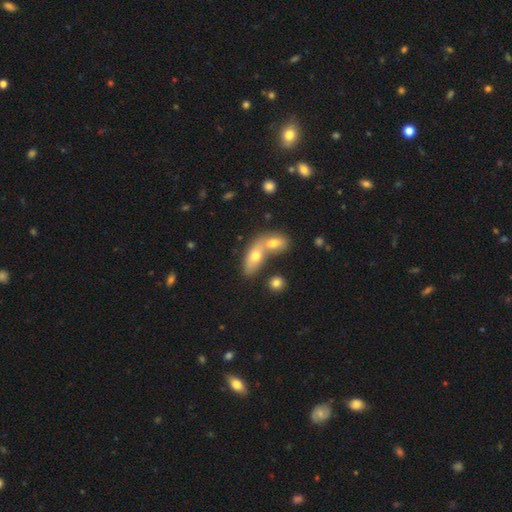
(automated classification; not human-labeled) This is likely a smooth galaxy (64%). How rounded: likely in between (78%). Merging: likely merger (63%).